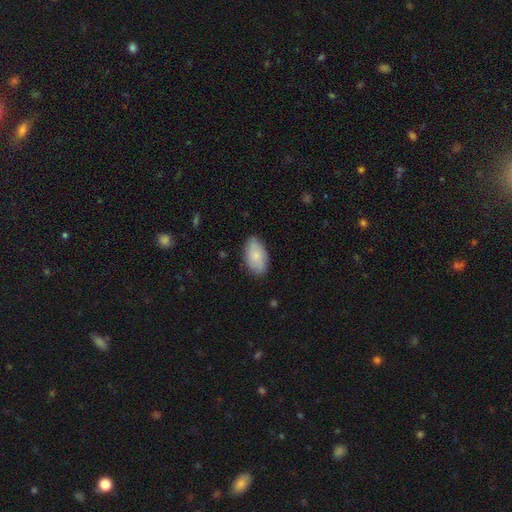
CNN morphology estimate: smooth-or-featured: smooth: 81% | featured or disk: 13% | star or artifact: 6%
  how-rounded: in between: 94% | round: 4% | cigar-shaped: 2%
  merging: none: 84% | minor disturbance: 13% | major disturbance: 3% | merger: 1%